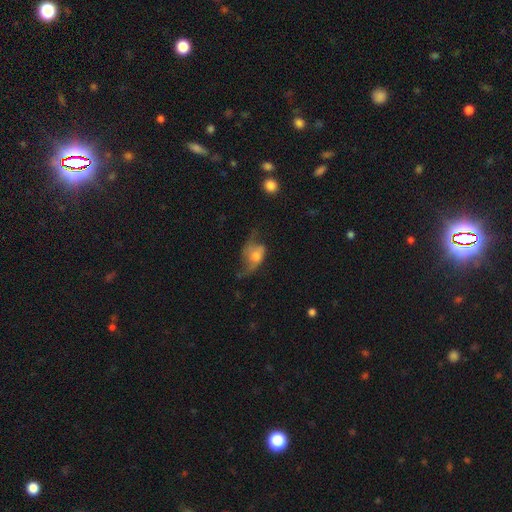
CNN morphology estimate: smooth_or_featured: featured or disk (p=0.55) [alt: smooth p=0.36]
disk_edge_on: no (p=0.92) [alt: yes p=0.08]
bar: no (p=0.74) [alt: weak p=0.22]
has_spiral_arms: yes (p=0.72) [alt: no p=0.28]
bulge_size: moderate (p=0.54) [alt: small p=0.25]
merging: major disturbance (p=0.38) [alt: none p=0.33]